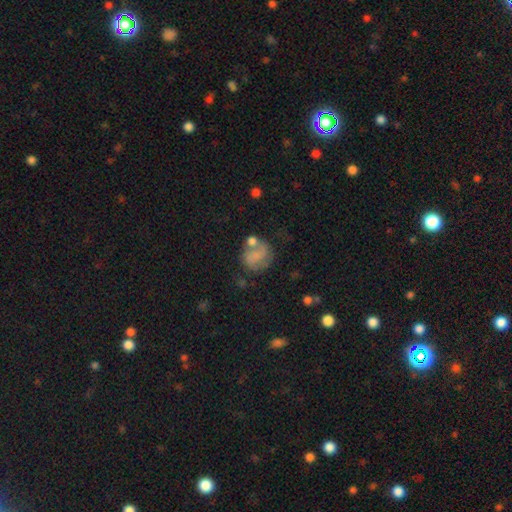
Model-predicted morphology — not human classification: type=smooth (53%); roundness=round (66%); merging=none (45%).